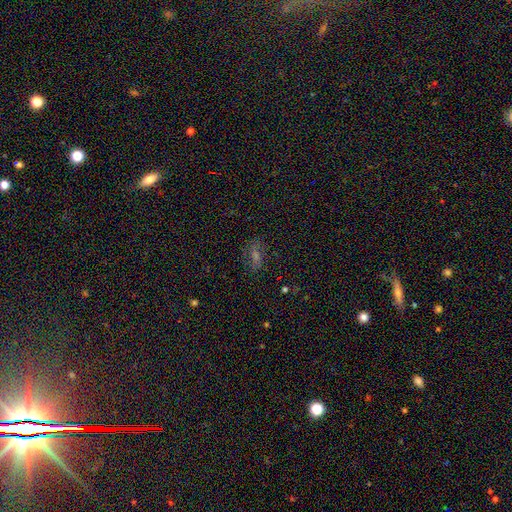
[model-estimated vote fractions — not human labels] smooth_or_featured: star or artifact (p=0.35) [alt: smooth p=0.34]